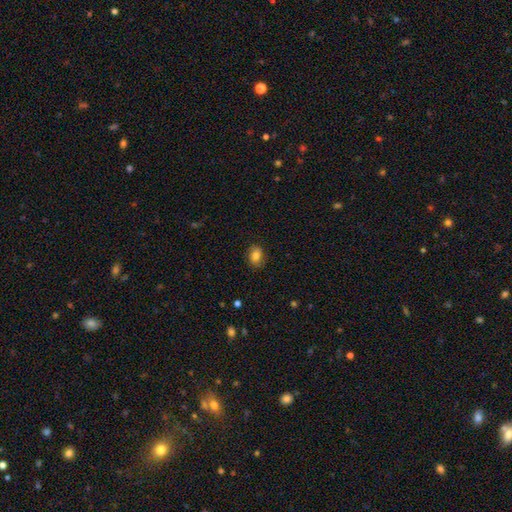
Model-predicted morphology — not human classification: Smooth or featured?
  - smooth: 80% *
  - featured or disk: 10%
  - star or artifact: 10%
How rounded?
  - in between: 61% *
  - round: 38%
  - cigar-shaped: 1%
Merging?
  - none: 83% *
  - minor disturbance: 13%
  - major disturbance: 3%
  - merger: 1%